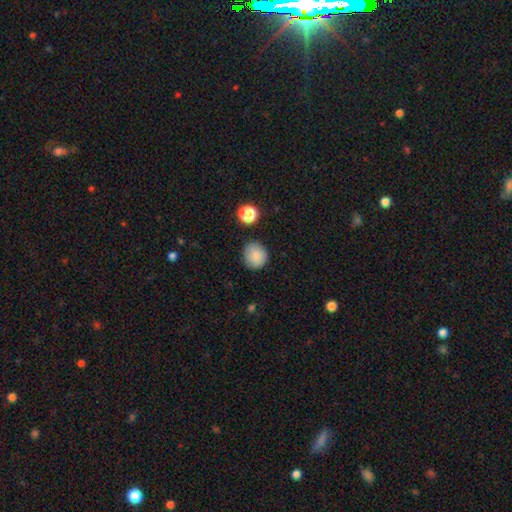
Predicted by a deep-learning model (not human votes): This is clearly a smooth galaxy (84%). How rounded: clearly round (85%). Merging: clearly none (84%).